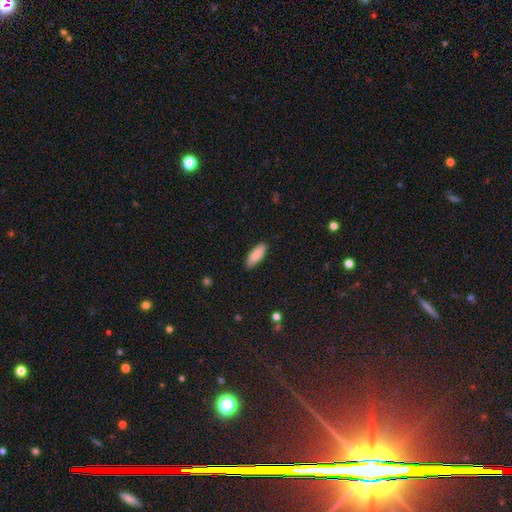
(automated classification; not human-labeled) Smooth or featured?
  - smooth: 86% *
  - featured or disk: 8%
  - star or artifact: 6%
How rounded?
  - in between: 75% *
  - cigar-shaped: 23%
  - round: 2%
Merging?
  - none: 85% *
  - minor disturbance: 12%
  - major disturbance: 2%
  - merger: 1%